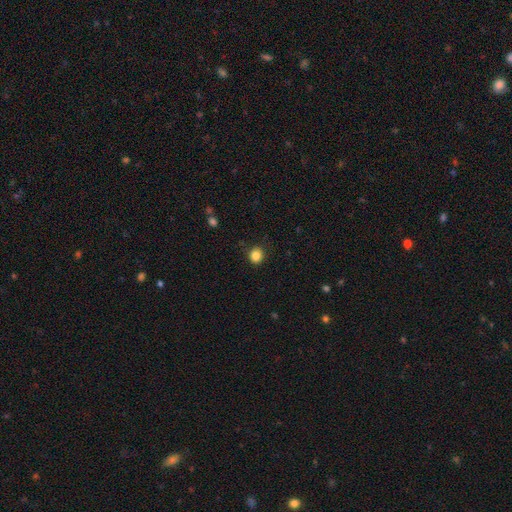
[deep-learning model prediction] Q: Smooth or featured?
A: smooth (85%); runner-up: star or artifact (11%)
Q: How rounded?
A: round (81%); runner-up: in between (18%)
Q: Merging?
A: none (88%); runner-up: minor disturbance (9%)